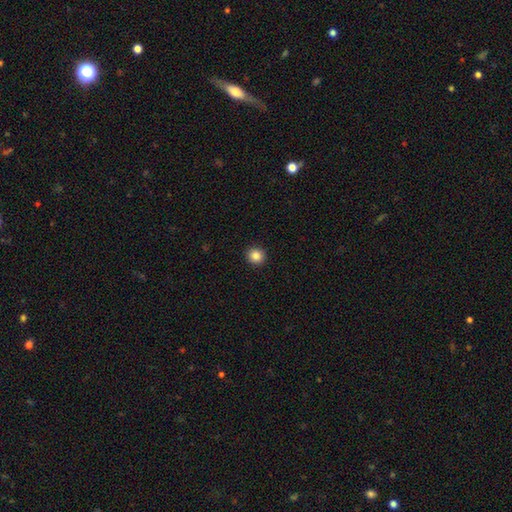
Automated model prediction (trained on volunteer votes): smooth-or-featured: smooth: 86% | star or artifact: 10% | featured or disk: 4%
  how-rounded: round: 91% | in between: 8% | cigar-shaped: 1%
  merging: none: 93% | minor disturbance: 5% | major disturbance: 2% | merger: 1%